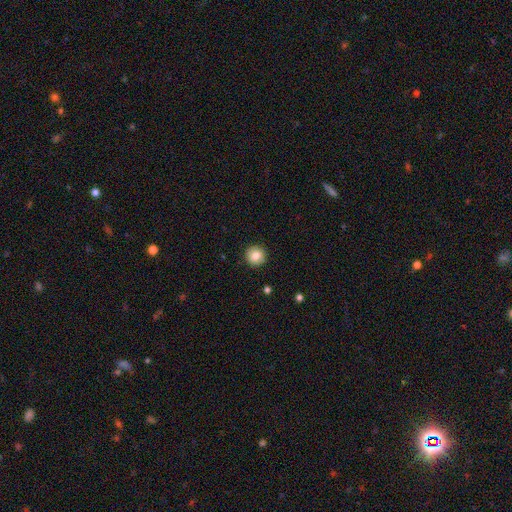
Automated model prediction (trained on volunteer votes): Smooth or featured? smooth (83%)
How rounded? round (95%)
Merging? none (92%)